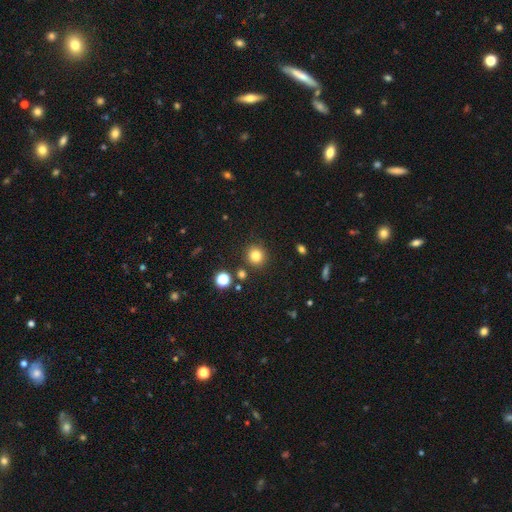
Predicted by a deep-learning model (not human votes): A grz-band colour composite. It shows a smooth galaxy with no disk features (81%) that is round (91%). Merging: none (87%).